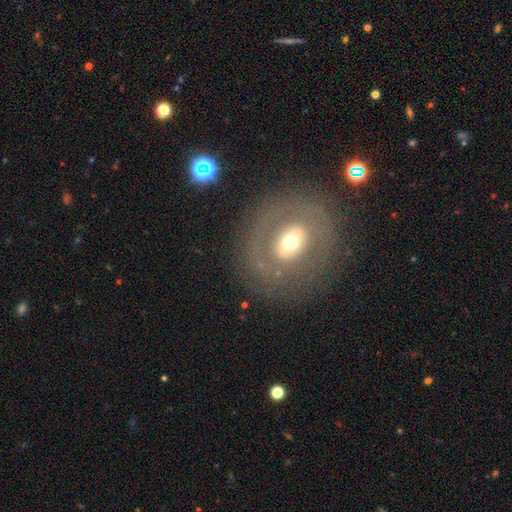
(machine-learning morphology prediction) featured or disk 63%, smooth 27%, star or artifact 11%. Down the decision tree: edge-on disk — no (93%); bar — weak (39%); spiral arms — no (61%); bulge size — moderate (64%); merging — none (82%).